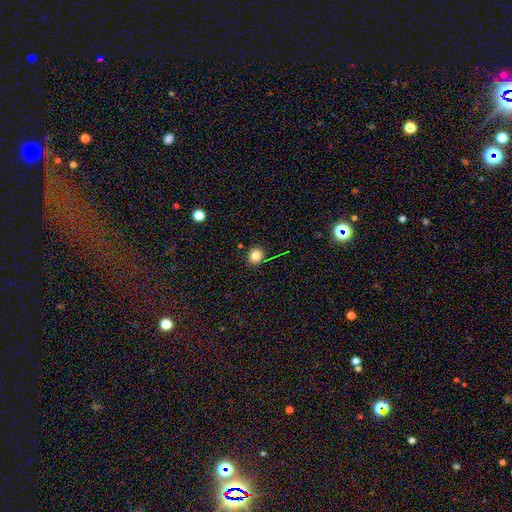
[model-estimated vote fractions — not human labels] Morphology: type=smooth (82%); roundness=round (86%); merging=none (87%).